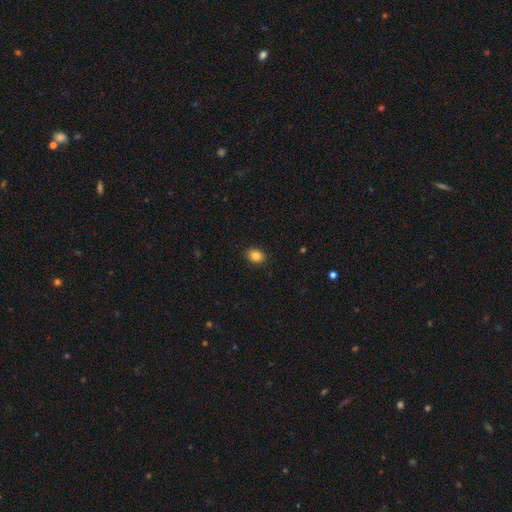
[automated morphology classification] This appears to be a smooth galaxy with no disk features (85%) that is in between round and cigar-shaped (61%). Merging: none (89%).